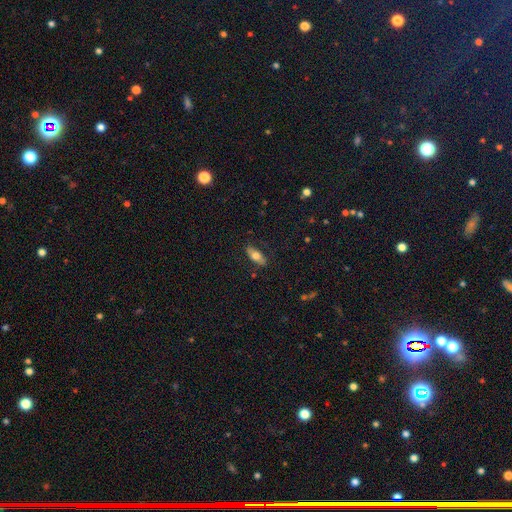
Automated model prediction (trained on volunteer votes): A smooth galaxy with no disk features (65%) that is in between round and cigar-shaped (78%).

Vote fractions:
- Smooth or featured? smooth: 65% / featured or disk: 29% / star or artifact: 6%
- How rounded? in between: 78% / cigar-shaped: 19% / round: 4%
- Merging? none: 83% / minor disturbance: 13% / major disturbance: 3% / merger: 1%